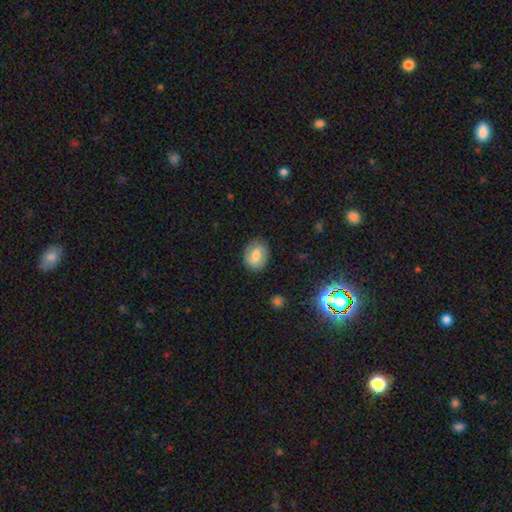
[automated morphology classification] This appears to be a smooth galaxy with no disk features (59%) that is in between round and cigar-shaped (58%). Merging: none (81%).